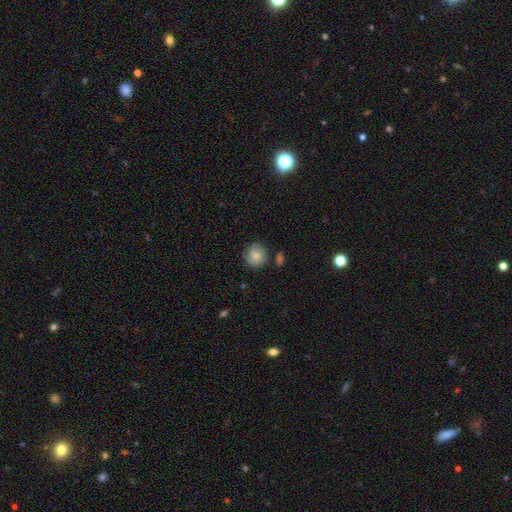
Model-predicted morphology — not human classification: Smooth or featured? Predicted: smooth (p=0.76). How rounded? Predicted: round (p=0.84). Merging? Predicted: none (p=0.75).